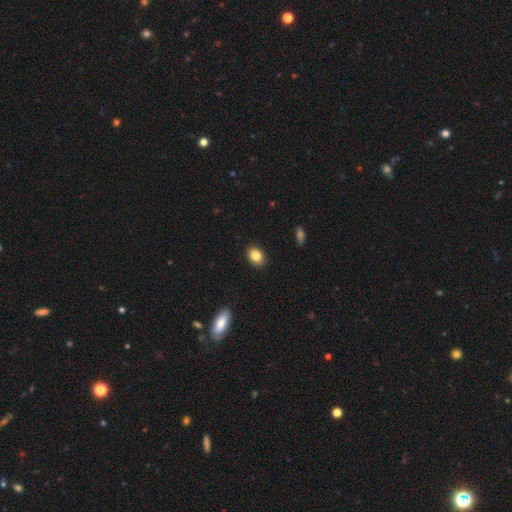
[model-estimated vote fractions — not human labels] Q: Smooth or featured?
A: smooth (86%); runner-up: star or artifact (8%)
Q: How rounded?
A: in between (74%); runner-up: round (25%)
Q: Merging?
A: none (89%); runner-up: minor disturbance (8%)